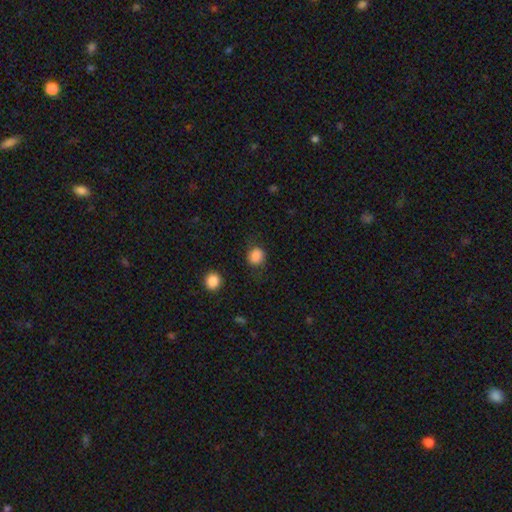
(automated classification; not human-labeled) This appears to be a smooth galaxy with no disk features (85%) that is round (74%). Merging: none (77%).